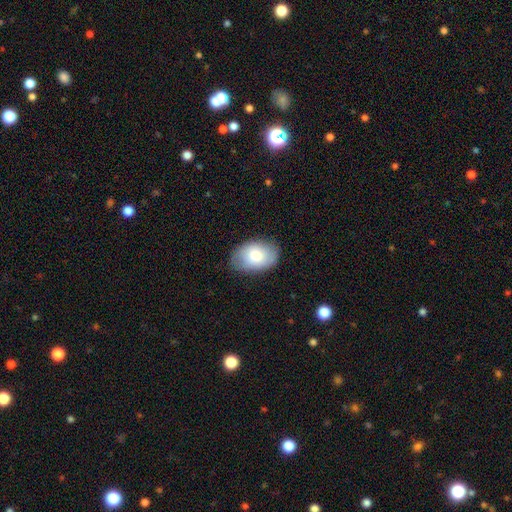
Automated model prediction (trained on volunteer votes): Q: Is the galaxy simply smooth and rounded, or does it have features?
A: smooth — 79%.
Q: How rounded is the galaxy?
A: in between — 88%.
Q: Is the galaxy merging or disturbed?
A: none — 82%.